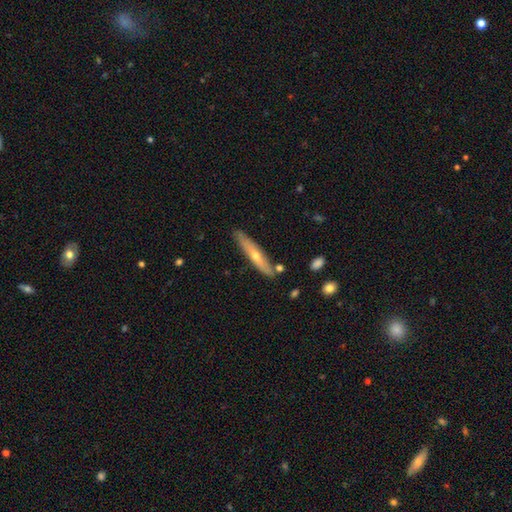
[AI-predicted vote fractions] This is possibly a featured or disk galaxy (51%). It is clearly viewed edge-on (87%). Merging: clearly none (83%).